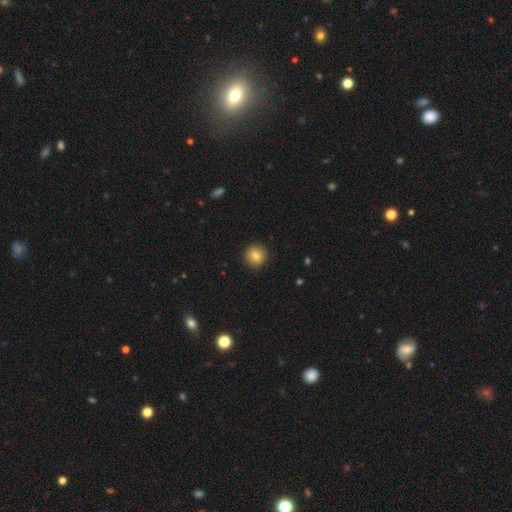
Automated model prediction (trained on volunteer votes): Smooth or featured? Predicted: smooth (p=0.83). How rounded? Predicted: round (p=0.94). Merging? Predicted: none (p=0.92).